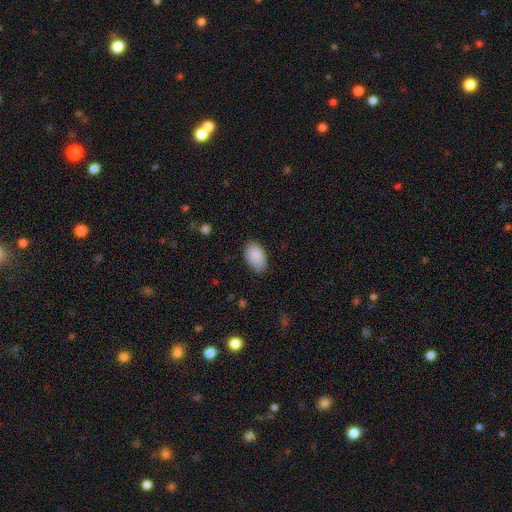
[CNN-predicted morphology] This appears to be a smooth galaxy with no disk features (87%) that is in between round and cigar-shaped (92%). Merging: none (74%).